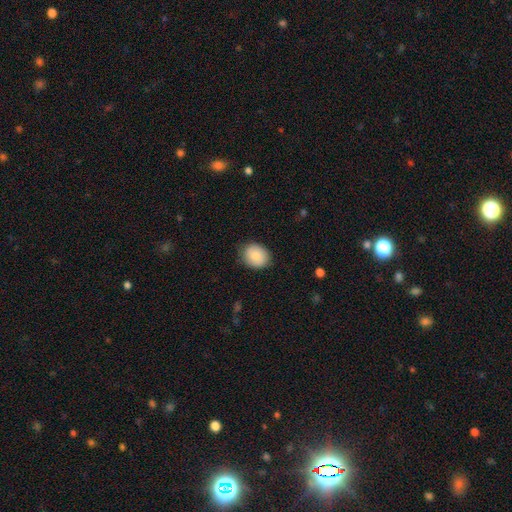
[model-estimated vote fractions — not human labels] Smooth or featured?
  - smooth: 83% *
  - featured or disk: 10%
  - star or artifact: 7%
How rounded?
  - round: 62% *
  - in between: 37%
  - cigar-shaped: 1%
Merging?
  - none: 82% *
  - minor disturbance: 14%
  - major disturbance: 3%
  - merger: 1%